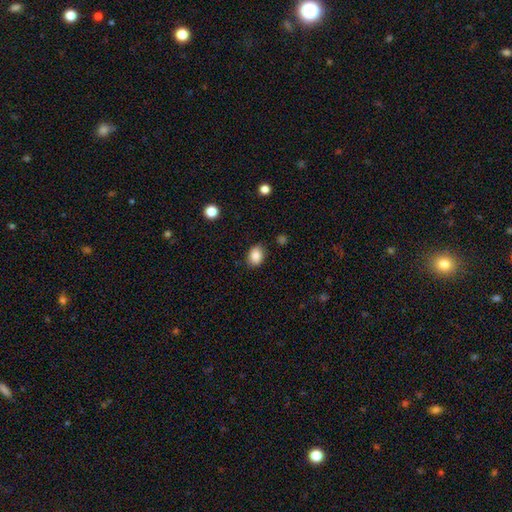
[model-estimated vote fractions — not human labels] smooth 87%, star or artifact 8%, featured or disk 5%. Down the decision tree: how rounded — in between (71%); merging — none (83%).